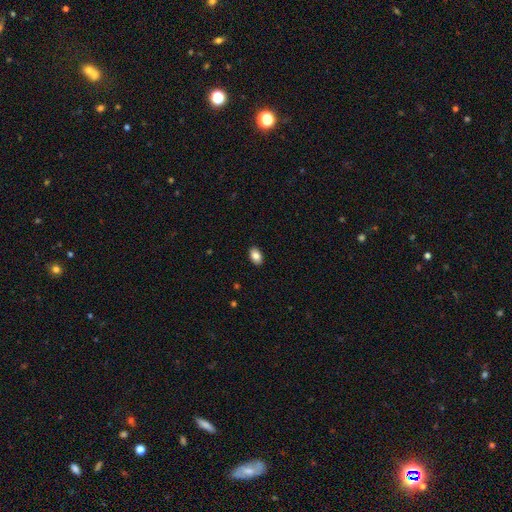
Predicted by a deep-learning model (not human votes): Smooth or featured? smooth (85%)
How rounded? in between (91%)
Merging? none (90%)